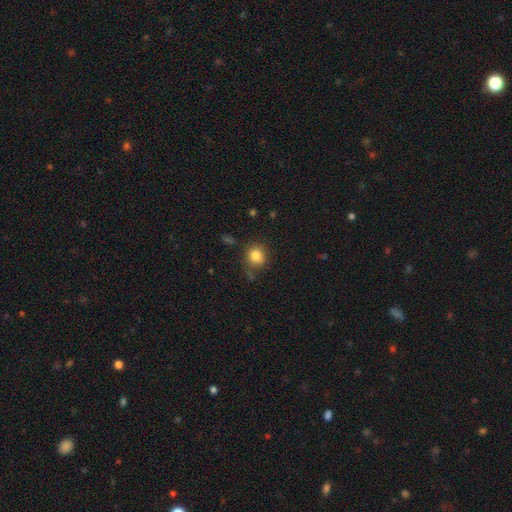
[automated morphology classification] type=smooth (83%); roundness=round (83%); merging=none (74%).